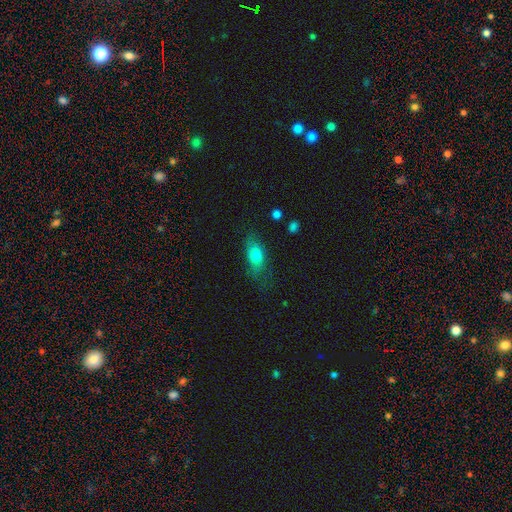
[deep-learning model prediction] Smooth or featured? smooth (76%)
How rounded? in between (81%)
Merging? none (60%)